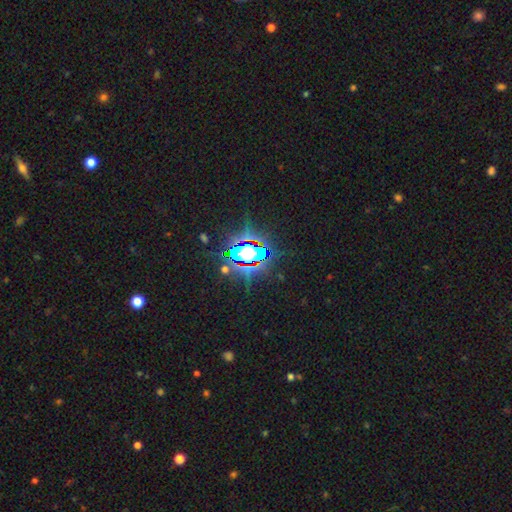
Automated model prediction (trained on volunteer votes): Smooth or featured?
  - star or artifact: 79% *
  - smooth: 12%
  - featured or disk: 9%